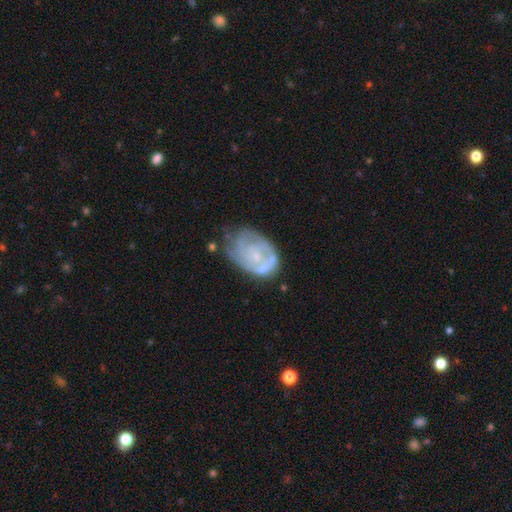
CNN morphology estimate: A featured or disk galaxy (67%) with no bar (77%), spiral arms (66%) and a small central bulge (62%). Merging: none (45%).